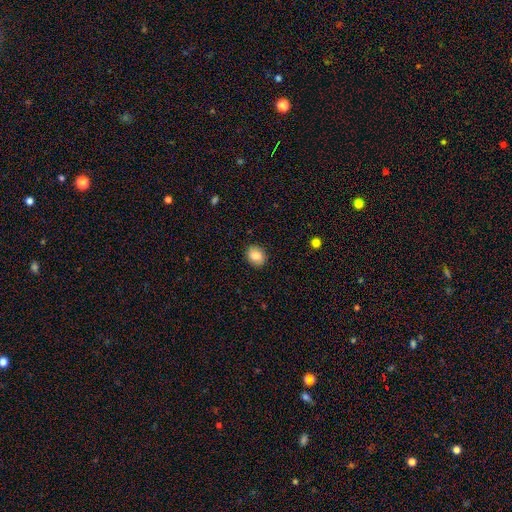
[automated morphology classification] Smooth or featured? smooth (80%)
How rounded? round (55%)
Merging? none (88%)